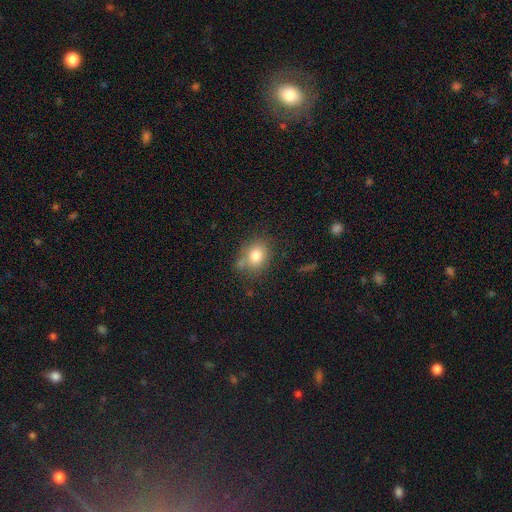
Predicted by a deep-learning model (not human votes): A smooth galaxy with no disk features (80%) that is round (53%).

Vote fractions:
- Smooth or featured? smooth: 80% / star or artifact: 11% / featured or disk: 10%
- How rounded? round: 53% / in between: 46% / cigar-shaped: 1%
- Merging? none: 66% / minor disturbance: 19% / merger: 9% / major disturbance: 6%